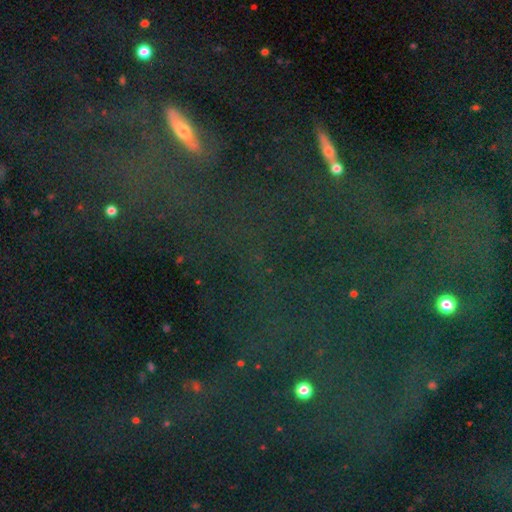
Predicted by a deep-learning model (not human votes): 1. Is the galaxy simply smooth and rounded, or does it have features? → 73% star or artifact, 15% smooth, 12% featured or disk.